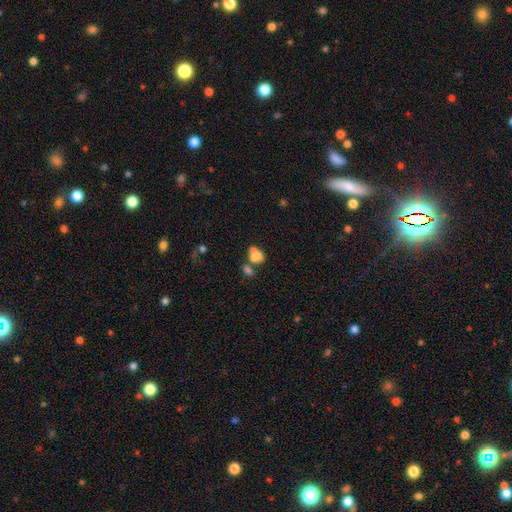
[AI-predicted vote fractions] smooth 73%, featured or disk 16%, star or artifact 11%. Down the decision tree: how rounded — in between (69%); merging — merger (57%).